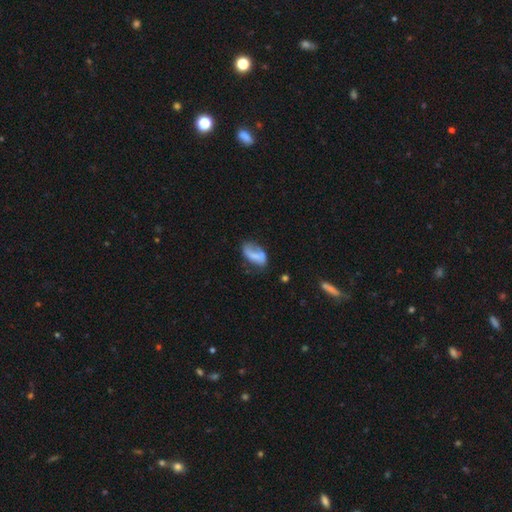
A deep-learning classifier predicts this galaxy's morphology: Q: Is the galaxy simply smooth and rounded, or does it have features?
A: smooth — 58%.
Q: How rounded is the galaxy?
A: in between — 90%.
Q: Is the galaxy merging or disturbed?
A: none — 40%.